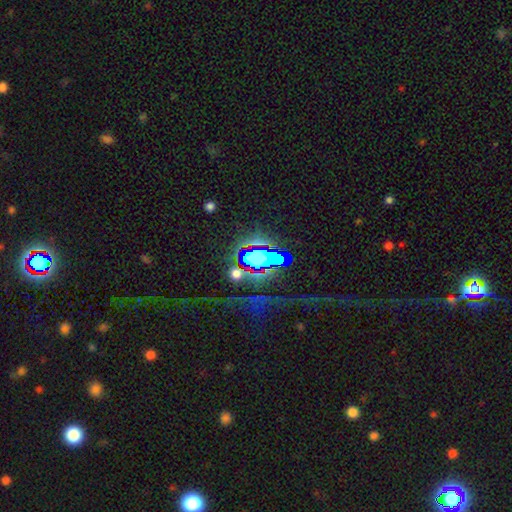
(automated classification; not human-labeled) Smooth or featured?
  - star or artifact: 58% *
  - smooth: 24%
  - featured or disk: 17%